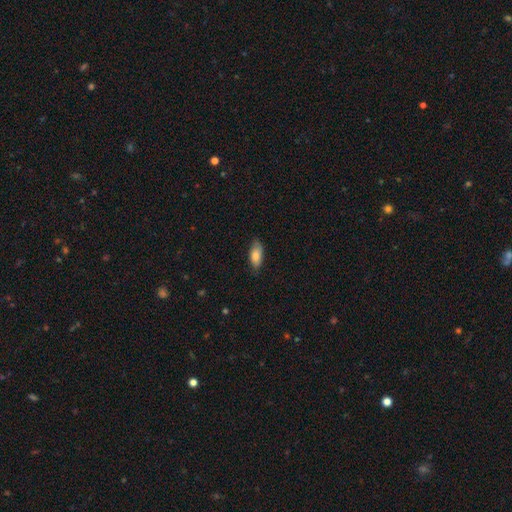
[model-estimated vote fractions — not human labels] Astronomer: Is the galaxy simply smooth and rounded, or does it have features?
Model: smooth — 80%.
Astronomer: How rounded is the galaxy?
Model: in between — 85%.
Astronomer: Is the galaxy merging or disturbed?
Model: none — 77%.